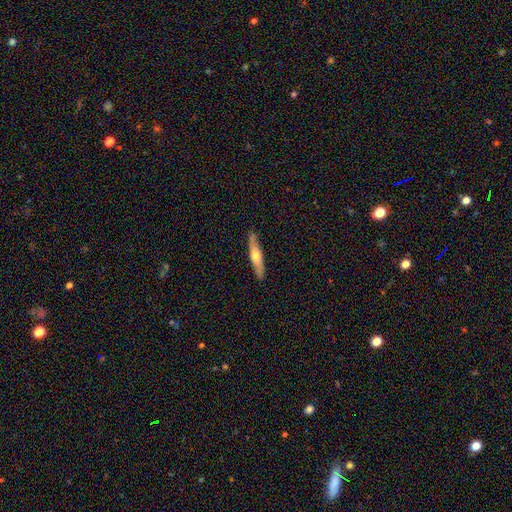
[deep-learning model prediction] This is possibly a featured or disk galaxy (51%). It is clearly viewed edge-on (90%). Merging: clearly none (87%).